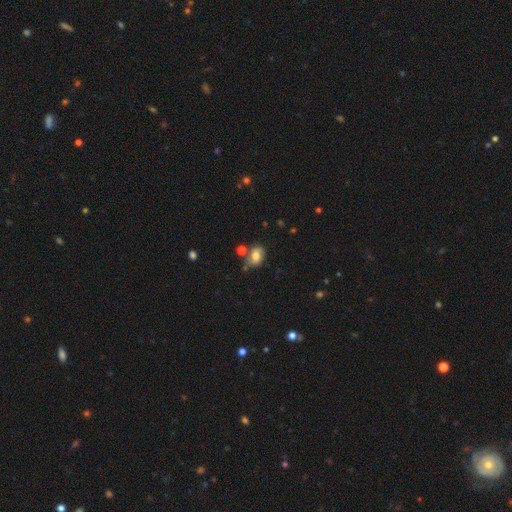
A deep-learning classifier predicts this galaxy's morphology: smooth-or-featured: smooth: 73% | featured or disk: 17% | star or artifact: 10%
  how-rounded: in between: 77% | round: 22% | cigar-shaped: 1%
  merging: none: 59% | minor disturbance: 21% | merger: 15% | major disturbance: 6%